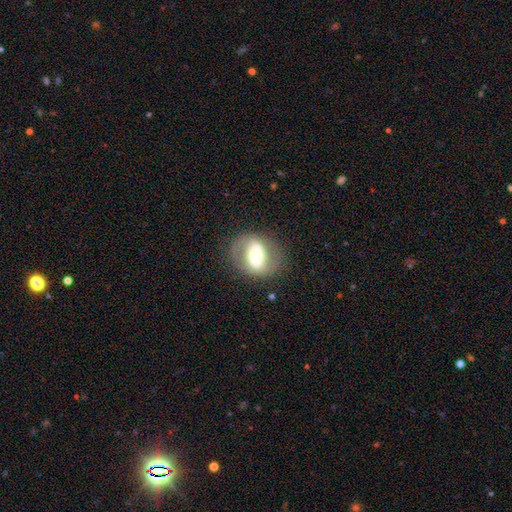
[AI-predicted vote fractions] smooth_or_featured: featured or disk (p=0.60) [alt: smooth p=0.33]
disk_edge_on: no (p=0.94) [alt: yes p=0.06]
bar: no (p=0.36) [alt: strong p=0.34]
has_spiral_arms: no (p=0.54) [alt: yes p=0.46]
bulge_size: moderate (p=0.64) [alt: large p=0.19]
merging: none (p=0.76) [alt: minor disturbance p=0.13]